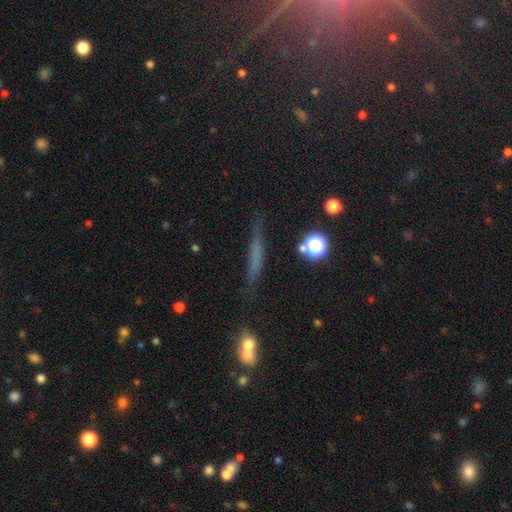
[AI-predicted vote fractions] A smooth galaxy with no disk features (50%) that is cigar-shaped (88%). Merging: none (76%).